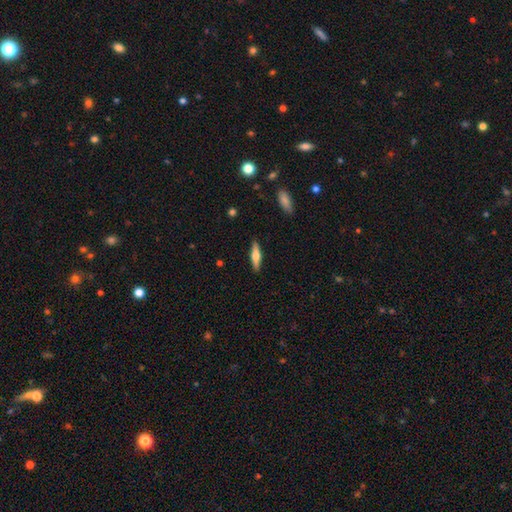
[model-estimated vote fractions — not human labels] Smooth or featured?
  - smooth: 51% *
  - featured or disk: 43%
  - star or artifact: 6%
How rounded?
  - cigar-shaped: 73% *
  - in between: 25%
  - round: 2%
Merging?
  - none: 89% *
  - minor disturbance: 8%
  - major disturbance: 2%
  - merger: 1%